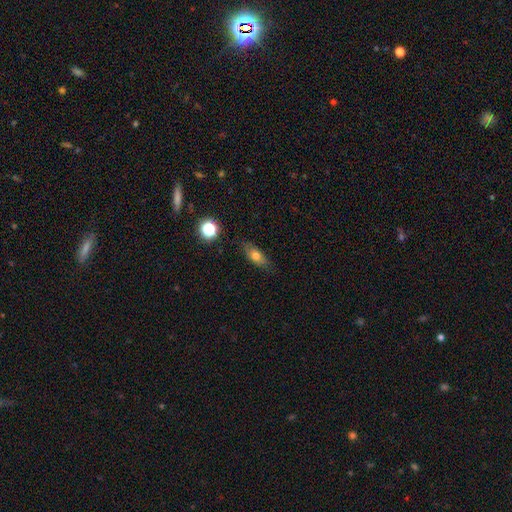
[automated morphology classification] A smooth galaxy with no disk features (68%) that is in between round and cigar-shaped (68%). Merging: none (80%).